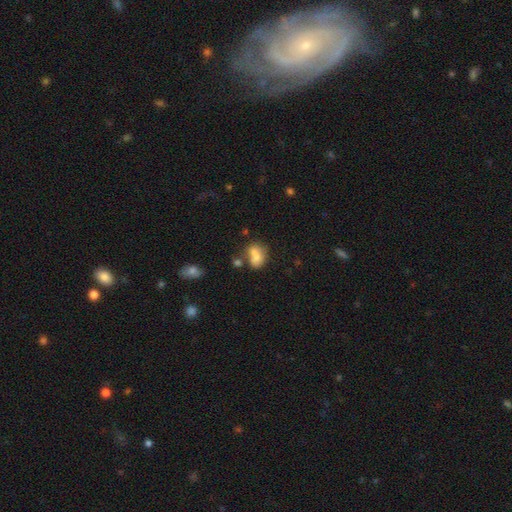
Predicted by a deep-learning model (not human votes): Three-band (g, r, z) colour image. It shows a smooth galaxy with no disk features (71%) that is in between round and cigar-shaped (70%). Merging: merger (44%).